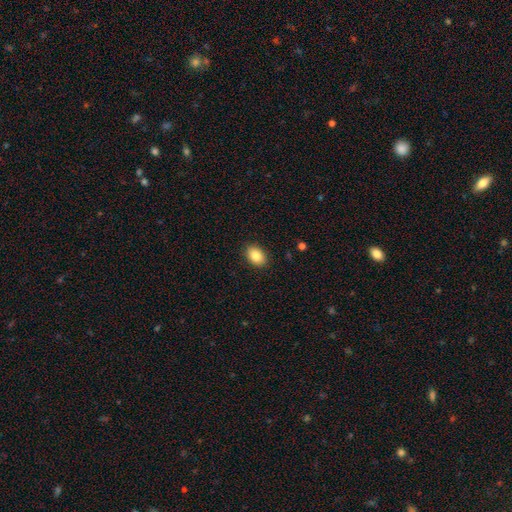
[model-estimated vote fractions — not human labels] Overall: smooth (85%). How rounded: in between (80%). Merging: none (89%).